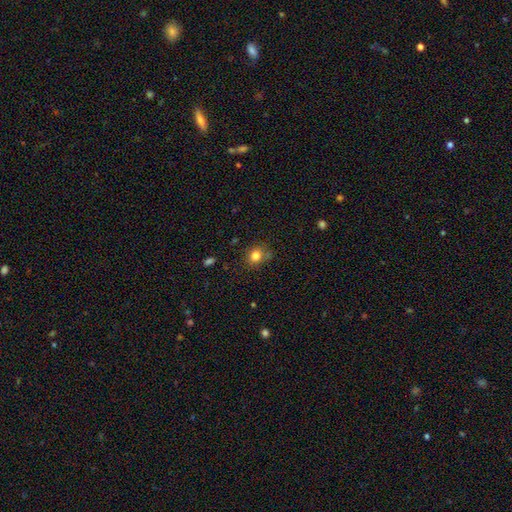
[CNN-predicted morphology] This appears to be a smooth galaxy with no disk features (81%) that is round (68%). Merging: none (74%).